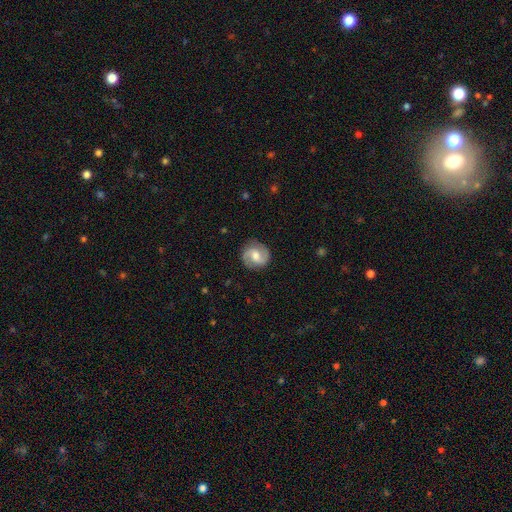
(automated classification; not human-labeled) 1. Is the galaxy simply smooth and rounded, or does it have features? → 75% featured or disk, 19% smooth, 6% star or artifact.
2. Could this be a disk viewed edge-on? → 98% no, 2% yes.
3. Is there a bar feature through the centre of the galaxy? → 49% weak, 36% no, 14% strong.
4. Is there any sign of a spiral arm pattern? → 95% yes, 5% no.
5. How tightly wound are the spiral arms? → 49% medium, 29% tight, 22% loose.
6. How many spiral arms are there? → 91% 2, 4% can't tell, 2% 1, 2% 3, 1% 4, 1% more than 4.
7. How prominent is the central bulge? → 64% moderate, 19% small, 12% large, 3% none, 1% dominant.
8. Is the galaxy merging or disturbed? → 85% none, 11% minor disturbance, 3% major disturbance, 1% merger.